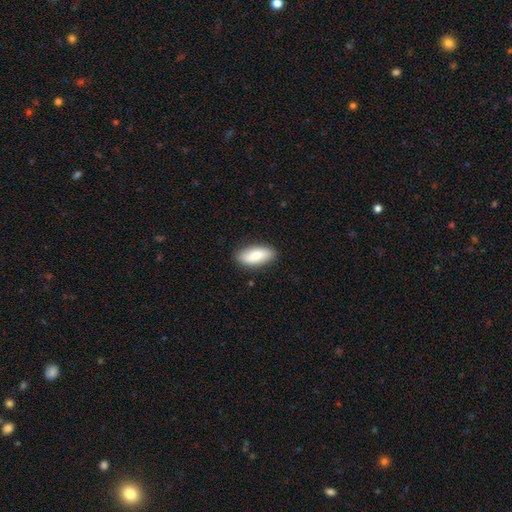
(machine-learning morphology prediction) type=smooth (80%); roundness=in between (85%); merging=none (87%).